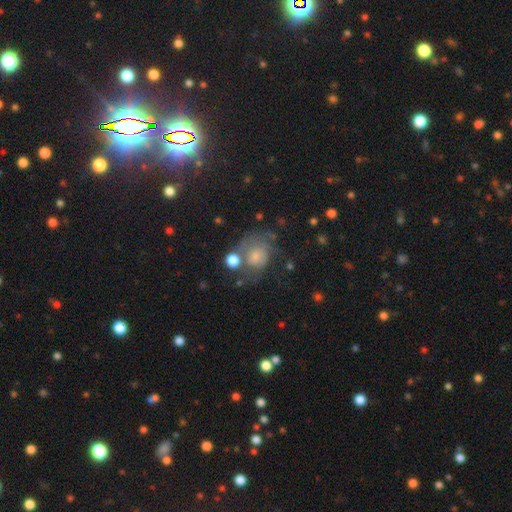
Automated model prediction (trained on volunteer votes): The model was most divided on "merging": none: 36%, major disturbance: 25%, minor disturbance: 23%, merger: 16%. More confident: how rounded — round (67%); smooth or featured — smooth (59%).